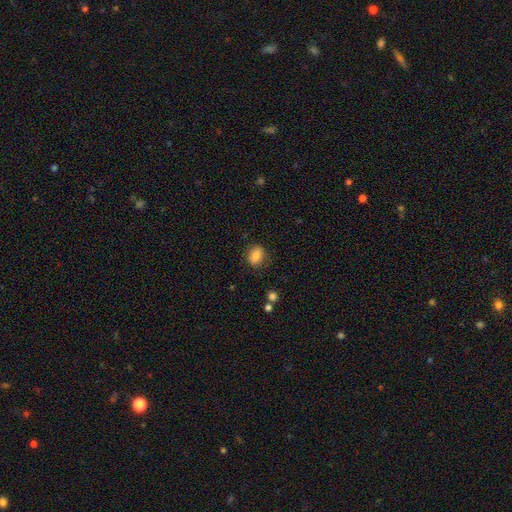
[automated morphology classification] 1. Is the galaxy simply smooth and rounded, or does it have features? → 84% smooth, 9% star or artifact, 7% featured or disk.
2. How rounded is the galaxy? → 68% in between, 30% round, 1% cigar-shaped.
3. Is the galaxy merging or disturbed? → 81% none, 13% minor disturbance, 4% major disturbance, 2% merger.